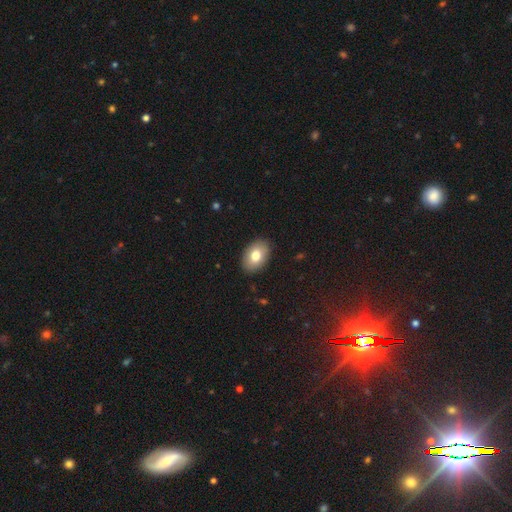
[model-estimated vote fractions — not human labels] Morphology: type=smooth (79%); roundness=in between (87%); merging=none (89%).